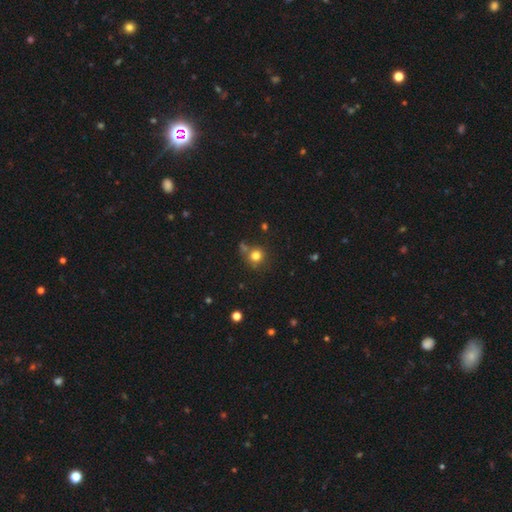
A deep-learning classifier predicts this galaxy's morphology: This is likely a smooth galaxy (78%). How rounded: clearly round (90%). Merging: likely none (68%).